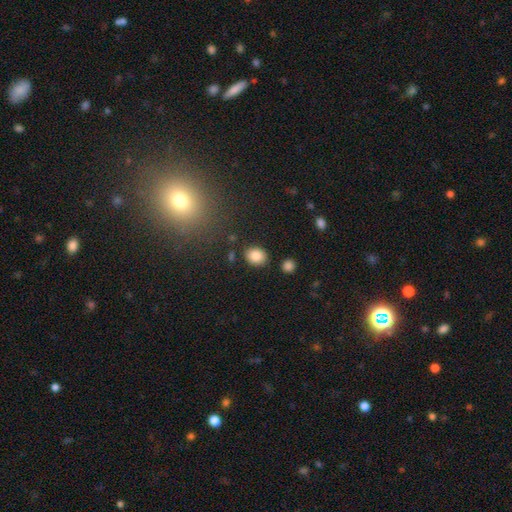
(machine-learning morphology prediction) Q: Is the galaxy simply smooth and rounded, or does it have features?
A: smooth — 85%.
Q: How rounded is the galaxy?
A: round — 55%.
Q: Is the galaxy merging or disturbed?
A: none — 84%.